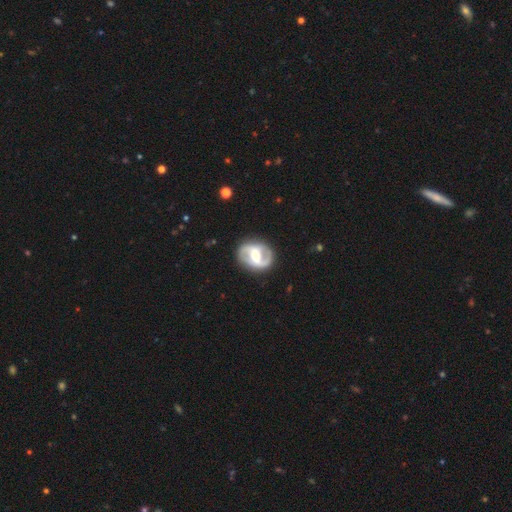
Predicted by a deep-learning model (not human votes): Q: Smooth or featured?
A: featured or disk (84%); runner-up: smooth (11%)
Q: Edge-on disk?
A: no (97%); runner-up: yes (3%)
Q: Bar?
A: strong (50%); runner-up: weak (36%)
Q: Spiral arms?
A: yes (89%); runner-up: no (11%)
Q: Spiral winding?
A: medium (47%); runner-up: loose (30%)
Q: Spiral arm count?
A: 2 (91%); runner-up: can't tell (4%)
Q: Bulge size?
A: moderate (63%); runner-up: small (21%)
Q: Merging?
A: none (85%); runner-up: minor disturbance (10%)